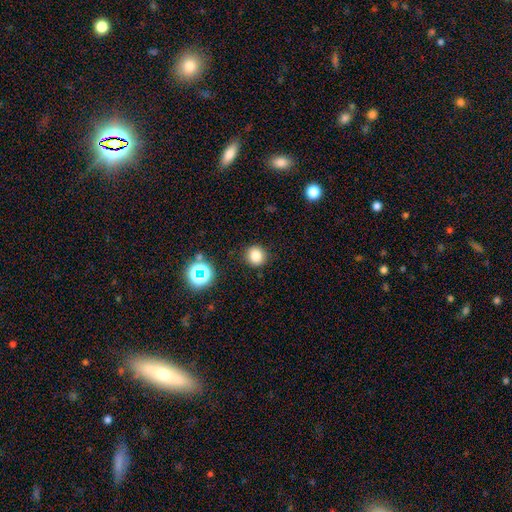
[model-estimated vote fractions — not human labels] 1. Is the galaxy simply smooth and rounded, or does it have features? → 80% smooth, 15% star or artifact, 5% featured or disk.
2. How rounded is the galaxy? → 90% round, 9% in between, 1% cigar-shaped.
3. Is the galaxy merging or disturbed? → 90% none, 6% minor disturbance, 2% major disturbance, 2% merger.